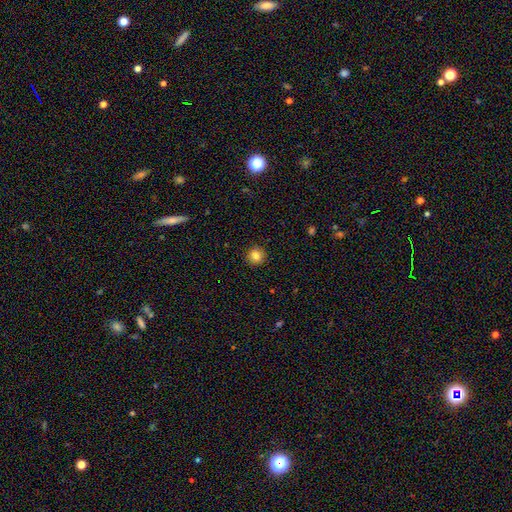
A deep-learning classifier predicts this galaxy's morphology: smooth-or-featured: smooth: 84% | star or artifact: 10% | featured or disk: 6%
  how-rounded: round: 93% | in between: 6% | cigar-shaped: 1%
  merging: none: 92% | minor disturbance: 5% | major disturbance: 2% | merger: 1%